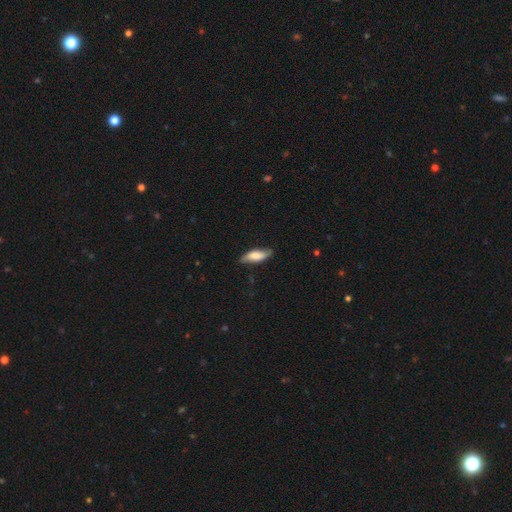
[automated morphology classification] smooth-or-featured: smooth: 62% | featured or disk: 31% | star or artifact: 7%
  how-rounded: in between: 64% | cigar-shaped: 34% | round: 2%
  merging: none: 71% | minor disturbance: 23% | major disturbance: 4% | merger: 1%